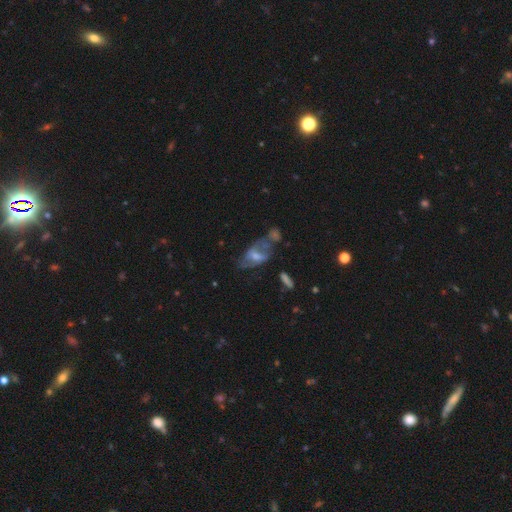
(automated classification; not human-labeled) This is possibly a featured or disk galaxy (57%). It is clearly not viewed edge-on (90%). Bar: marginally no (42%). Spiral arm pattern: possibly yes (54%). Central bulge: marginally moderate (42%). Merging: marginally none (32%).